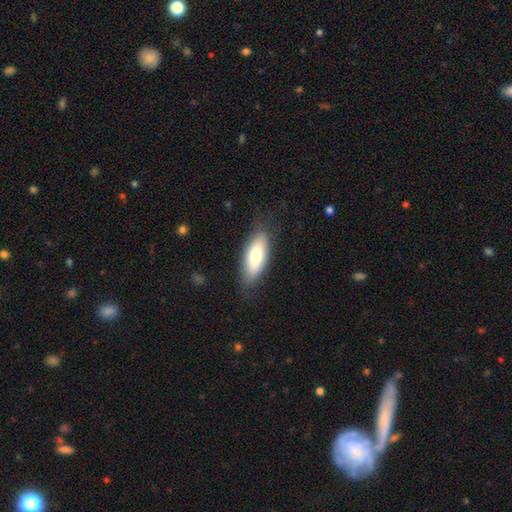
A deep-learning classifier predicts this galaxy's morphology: Q: Smooth or featured?
A: smooth (73%); runner-up: featured or disk (21%)
Q: How rounded?
A: in between (75%); runner-up: cigar-shaped (23%)
Q: Merging?
A: none (80%); runner-up: minor disturbance (14%)